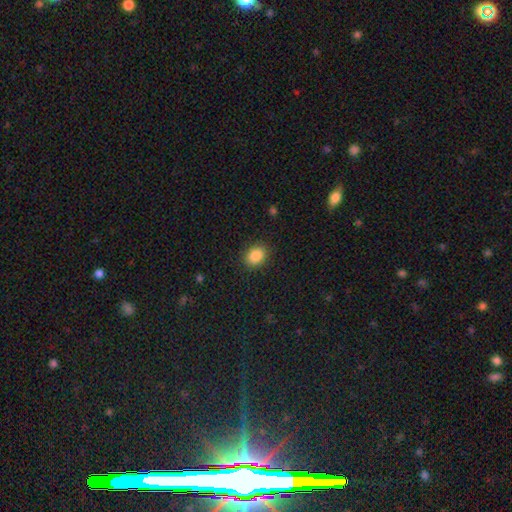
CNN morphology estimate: Q: Smooth or featured?
A: smooth (87%); runner-up: star or artifact (9%)
Q: How rounded?
A: in between (56%); runner-up: round (43%)
Q: Merging?
A: none (88%); runner-up: minor disturbance (8%)